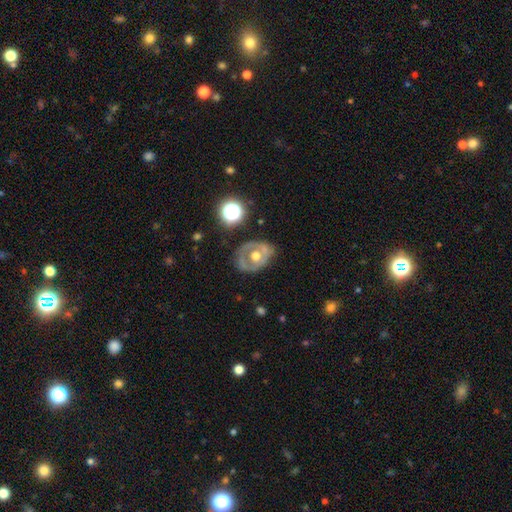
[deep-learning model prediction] featured or disk 62%, smooth 31%, star or artifact 7%. Down the decision tree: edge-on disk — no (94%); bar — no (86%); spiral arms — no (79%); bulge size — moderate (67%); merging — none (71%).